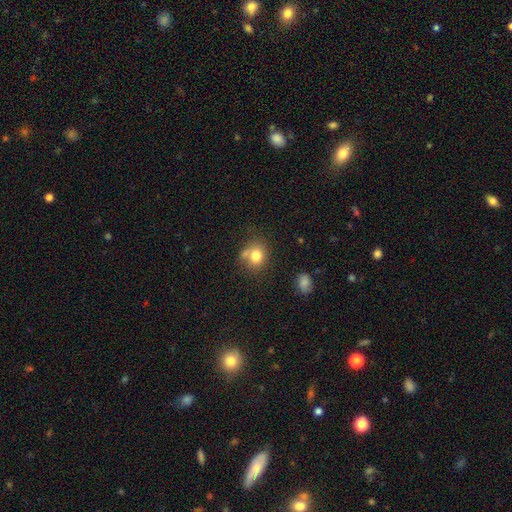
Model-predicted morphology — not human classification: This appears to be a smooth galaxy with no disk features (78%) that is round (66%). Merging: none (54%).